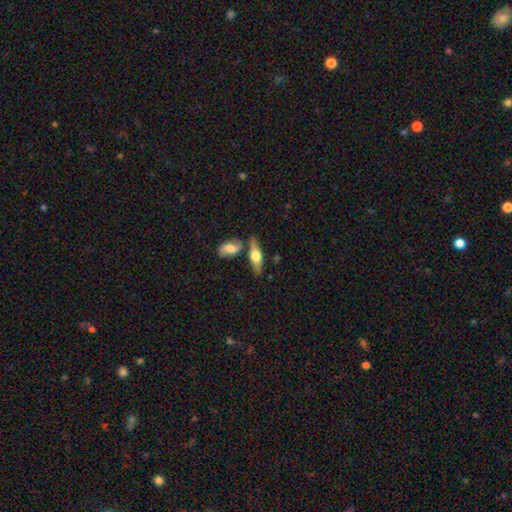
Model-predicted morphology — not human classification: The model was most divided on "smooth or featured": featured or disk: 50%, smooth: 45%, star or artifact: 6%. More confident: merging — none (63%).